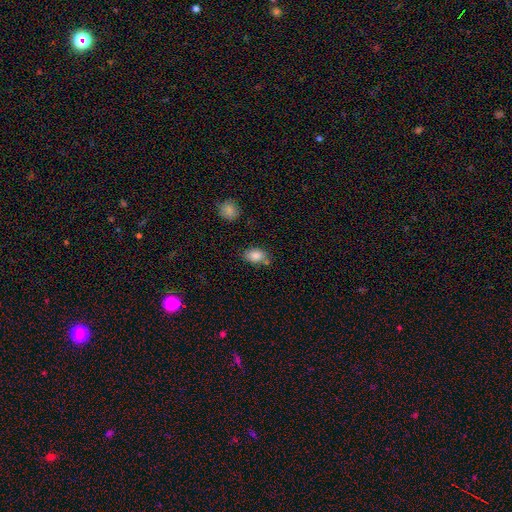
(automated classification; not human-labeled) smooth-or-featured: smooth: 85% | star or artifact: 8% | featured or disk: 7%
  how-rounded: in between: 82% | round: 17% | cigar-shaped: 2%
  merging: none: 68% | minor disturbance: 18% | merger: 10% | major disturbance: 4%